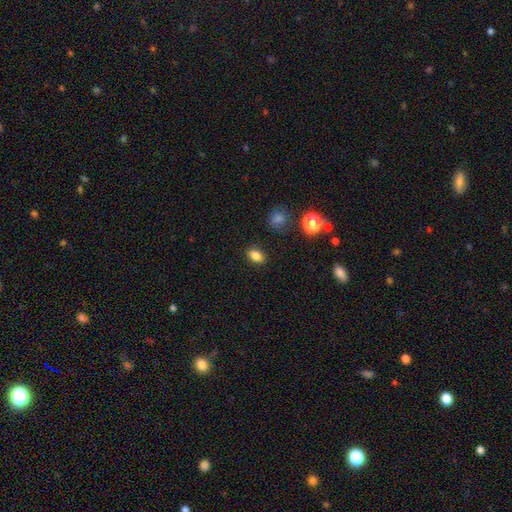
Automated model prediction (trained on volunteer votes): Q: Smooth or featured?
A: smooth (83%); runner-up: star or artifact (11%)
Q: How rounded?
A: in between (81%); runner-up: round (17%)
Q: Merging?
A: none (87%); runner-up: minor disturbance (9%)